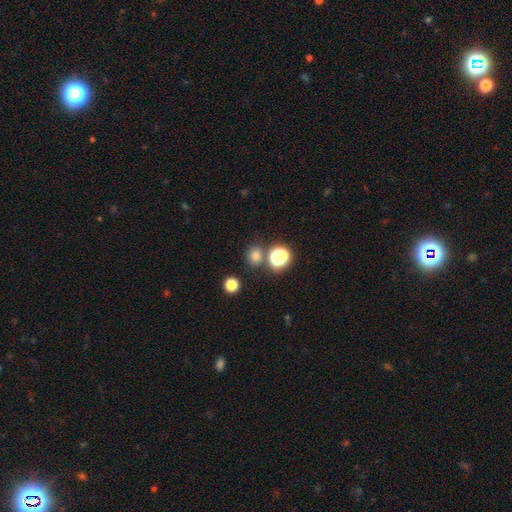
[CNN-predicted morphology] smooth_or_featured: smooth (p=0.74) [alt: star or artifact p=0.21]
how_rounded: round (p=0.78) [alt: in between p=0.21]
merging: none (p=0.77) [alt: merger p=0.12]